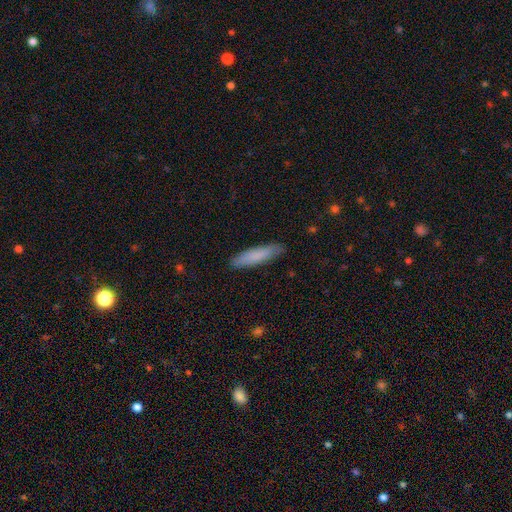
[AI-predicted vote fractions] Morphology: type=smooth (81%); roundness=cigar-shaped (82%); merging=none (88%).